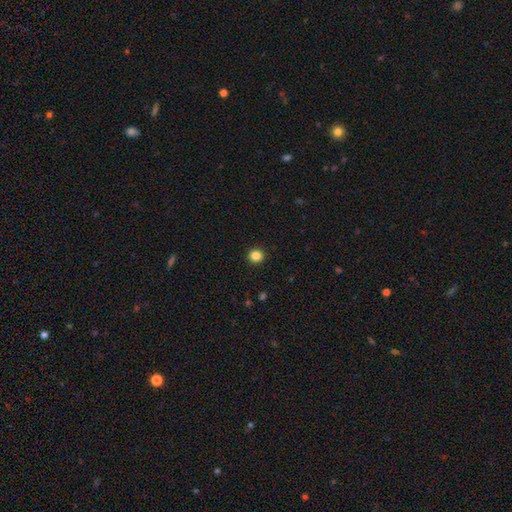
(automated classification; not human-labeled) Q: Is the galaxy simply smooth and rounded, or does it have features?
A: smooth — 85%.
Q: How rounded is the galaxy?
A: round — 92%.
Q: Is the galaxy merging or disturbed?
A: none — 93%.